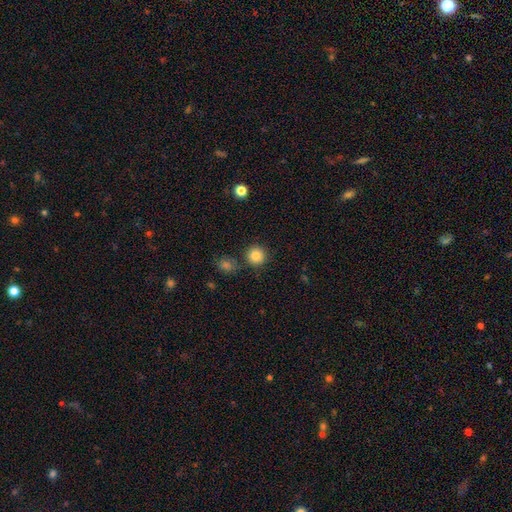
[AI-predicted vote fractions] smooth-or-featured: smooth: 84% | star or artifact: 11% | featured or disk: 5%
  how-rounded: round: 94% | in between: 5% | cigar-shaped: 1%
  merging: none: 85% | minor disturbance: 7% | merger: 5% | major disturbance: 2%